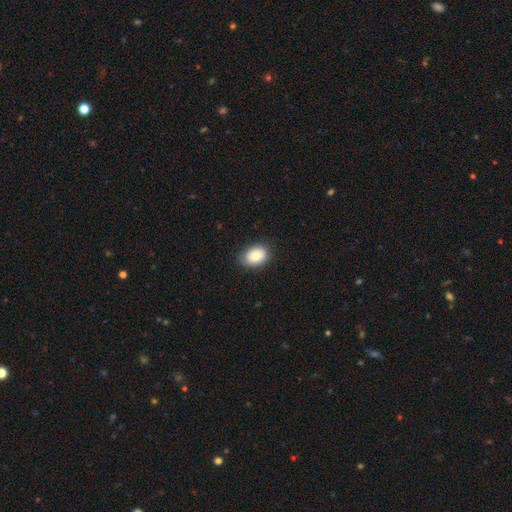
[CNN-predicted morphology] Smooth or featured? Predicted: smooth (p=0.80). How rounded? Predicted: in between (p=0.69). Merging? Predicted: none (p=0.81).